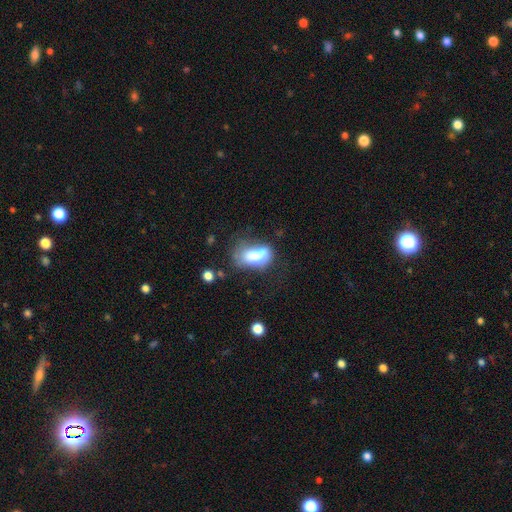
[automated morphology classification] smooth-or-featured: smooth: 71% | featured or disk: 20% | star or artifact: 9%
  how-rounded: in between: 87% | round: 9% | cigar-shaped: 3%
  merging: none: 34% | minor disturbance: 29% | major disturbance: 22% | merger: 15%